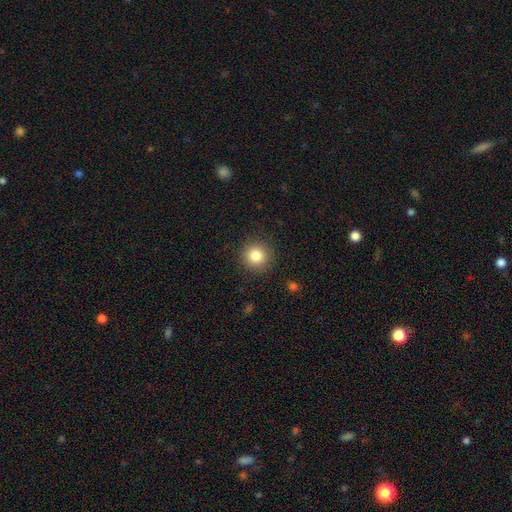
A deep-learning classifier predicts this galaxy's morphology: Smooth or featured?
  - smooth: 83% *
  - star or artifact: 11%
  - featured or disk: 7%
How rounded?
  - round: 95% *
  - in between: 5%
  - cigar-shaped: 1%
Merging?
  - none: 90% *
  - minor disturbance: 6%
  - major disturbance: 2%
  - merger: 1%